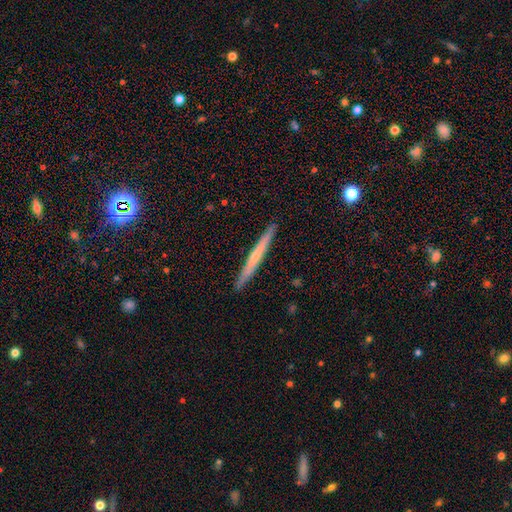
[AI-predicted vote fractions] Smooth or featured?
  - featured or disk: 53% *
  - smooth: 41%
  - star or artifact: 6%
Edge-on disk?
  - yes: 97% *
  - no: 3%
Edge-on bulge?
  - none: 58% *
  - rounded: 38%
  - boxy: 4%
Merging?
  - none: 92% *
  - minor disturbance: 6%
  - major disturbance: 1%
  - merger: 1%